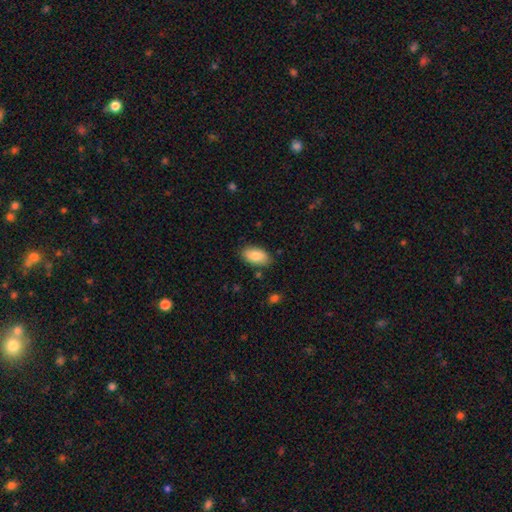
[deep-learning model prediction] Morphology: type=smooth (84%); roundness=in between (94%); merging=none (84%).